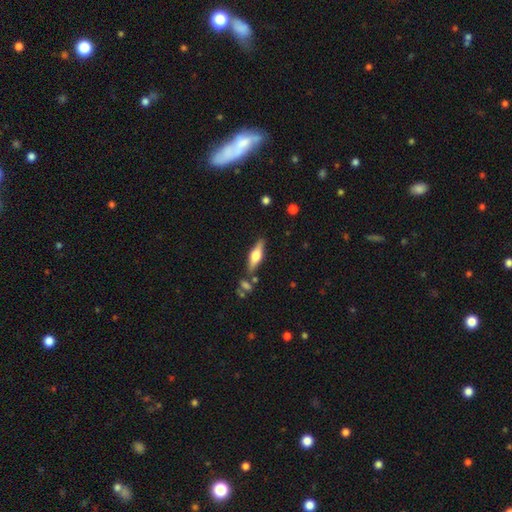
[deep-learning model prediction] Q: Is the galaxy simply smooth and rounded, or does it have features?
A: featured or disk — 54%.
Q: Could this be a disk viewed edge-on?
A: yes — 93%.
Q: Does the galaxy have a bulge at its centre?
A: rounded — 90%.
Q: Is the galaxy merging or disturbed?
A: none — 80%.